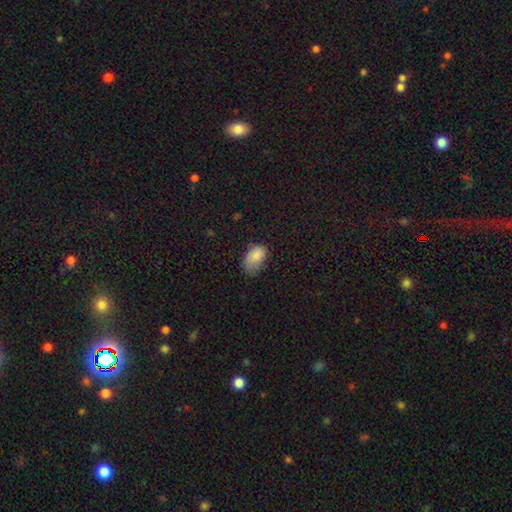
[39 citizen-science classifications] A smooth galaxy with no disk features (79%) that is in between round and cigar-shaped (94%).

Vote fractions:
- Smooth or featured? smooth: 79% / featured or disk: 10% / star or artifact: 10%
- How rounded? in between: 94% / round: 6% / cigar-shaped: 0%
- Merging? none: 51% / minor disturbance: 43% / major disturbance: 6% / merger: 0%